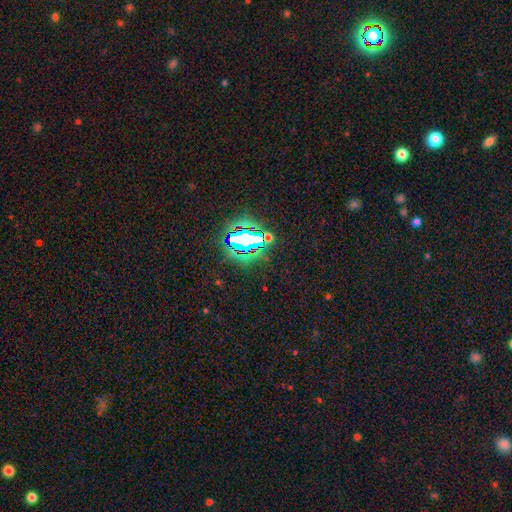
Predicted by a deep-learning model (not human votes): star or artifact 81%, smooth 12%, featured or disk 7%.